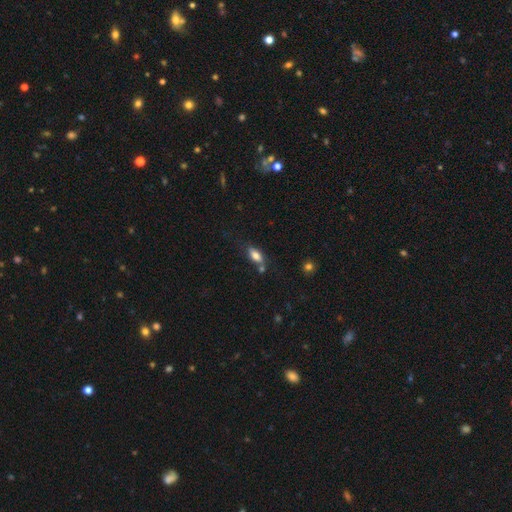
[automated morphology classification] Smooth or featured: smooth — 76% (featured or disk — 15%)
How rounded: in between — 83% (cigar-shaped — 14%)
Merging: none — 59% (minor disturbance — 19%)